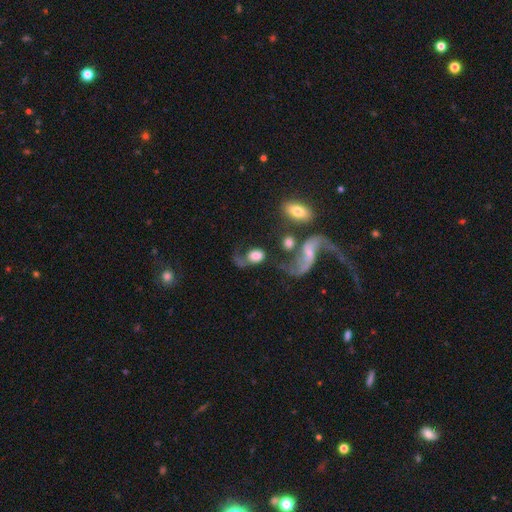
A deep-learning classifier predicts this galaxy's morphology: smooth-or-featured: smooth: 49% | featured or disk: 41% | star or artifact: 9%
  merging: major disturbance: 33% | none: 30% | merger: 19% | minor disturbance: 18%